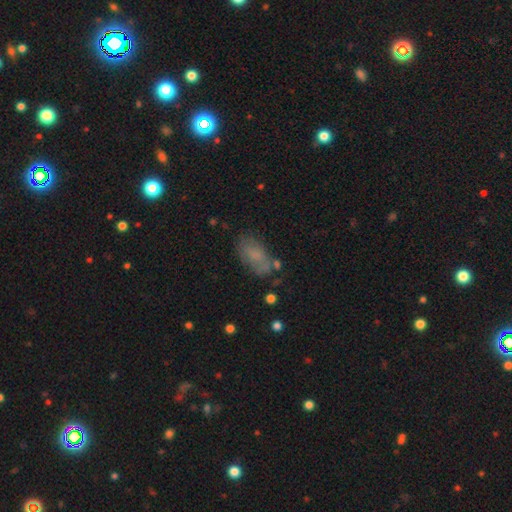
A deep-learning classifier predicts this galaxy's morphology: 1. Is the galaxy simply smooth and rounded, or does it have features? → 68% smooth, 20% featured or disk, 12% star or artifact.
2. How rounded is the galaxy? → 90% in between, 5% round, 5% cigar-shaped.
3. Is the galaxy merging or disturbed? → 58% none, 23% minor disturbance, 11% major disturbance, 8% merger.